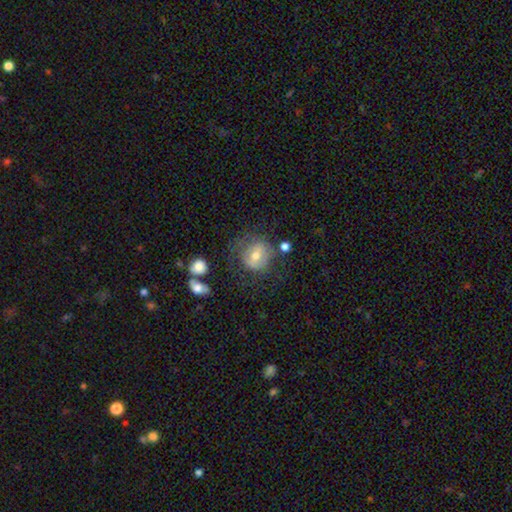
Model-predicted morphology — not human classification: smooth_or_featured: smooth (p=0.55) [alt: featured or disk p=0.36]
how_rounded: round (p=0.76) [alt: in between p=0.23]
merging: none (p=0.55) [alt: minor disturbance p=0.21]